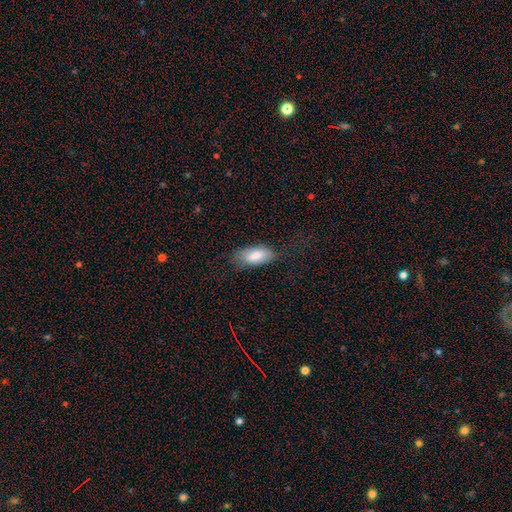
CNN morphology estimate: Q: Smooth or featured?
A: smooth (81%); runner-up: featured or disk (13%)
Q: How rounded?
A: in between (90%); runner-up: cigar-shaped (8%)
Q: Merging?
A: none (63%); runner-up: minor disturbance (25%)